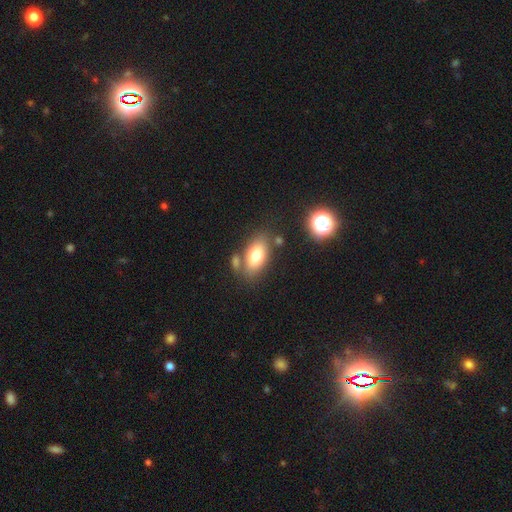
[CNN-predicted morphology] Overall: smooth (76%). How rounded: in between (89%). Merging: none (67%).